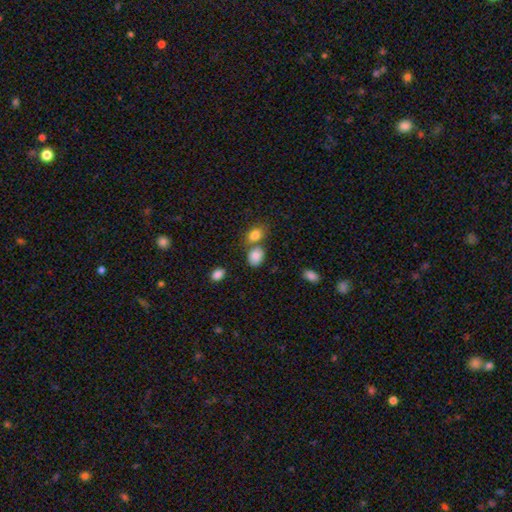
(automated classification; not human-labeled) smooth-or-featured: smooth: 84% | star or artifact: 9% | featured or disk: 7%
  how-rounded: in between: 58% | round: 41% | cigar-shaped: 1%
  merging: none: 55% | merger: 28% | minor disturbance: 13% | major disturbance: 4%